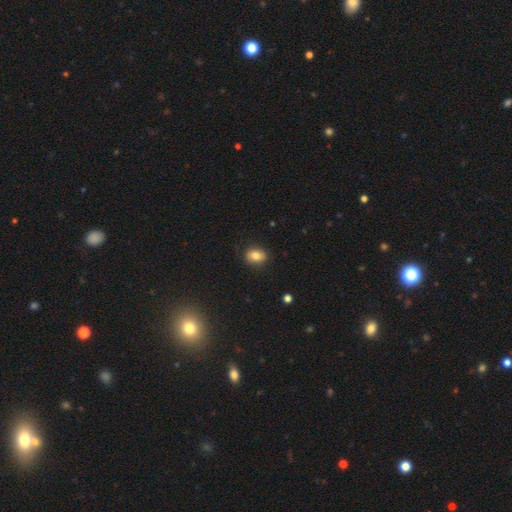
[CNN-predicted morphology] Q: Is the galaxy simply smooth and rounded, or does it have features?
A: smooth — 81%.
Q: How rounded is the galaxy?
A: in between — 65%.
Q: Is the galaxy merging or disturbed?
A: none — 85%.